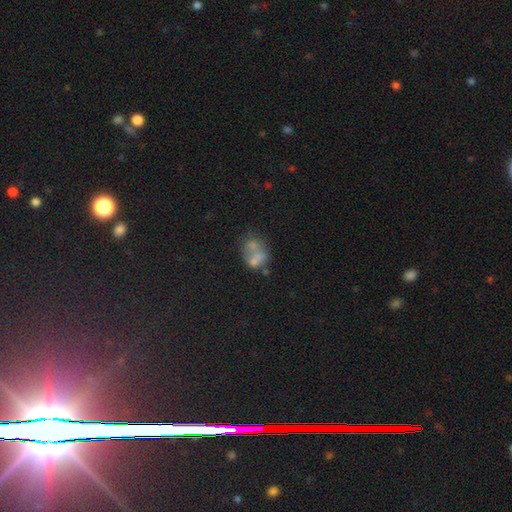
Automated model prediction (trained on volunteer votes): Smooth or featured: smooth — 55% (featured or disk — 30%)
How rounded: in between — 55% (round — 43%)
Merging: merger — 48% (none — 28%)